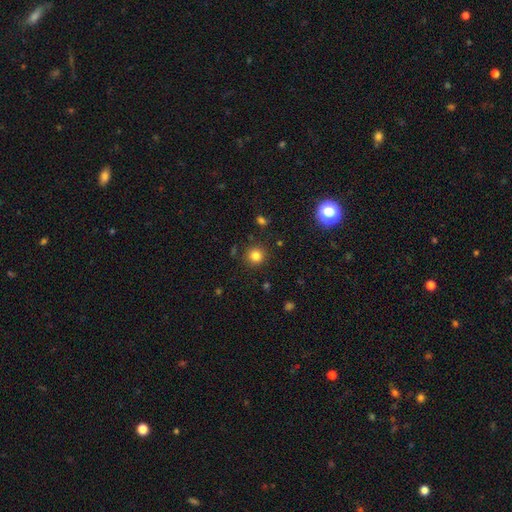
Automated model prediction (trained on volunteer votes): A smooth galaxy with no disk features (81%) that is round (93%).

Vote fractions:
- Smooth or featured? smooth: 81% / star or artifact: 14% / featured or disk: 5%
- How rounded? round: 93% / in between: 6% / cigar-shaped: 1%
- Merging? none: 88% / minor disturbance: 7% / major disturbance: 3% / merger: 2%